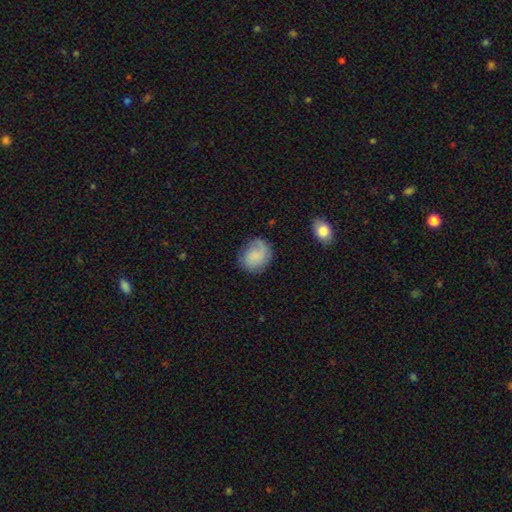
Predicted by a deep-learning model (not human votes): Q: Smooth or featured?
A: smooth (65%); runner-up: featured or disk (27%)
Q: How rounded?
A: round (65%); runner-up: in between (34%)
Q: Merging?
A: none (68%); runner-up: minor disturbance (21%)